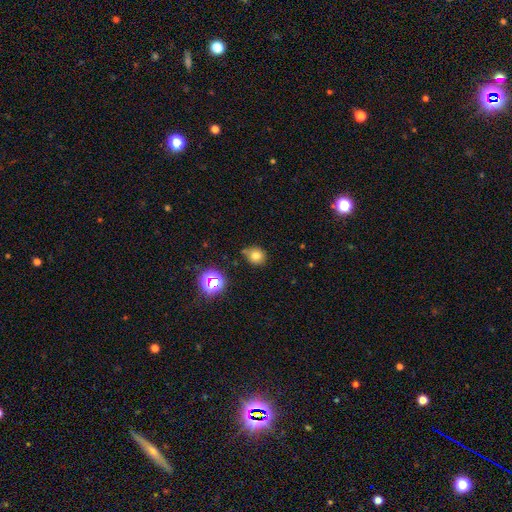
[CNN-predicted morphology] A smooth galaxy with no disk features (75%) that is round (79%). Merging: none (67%).